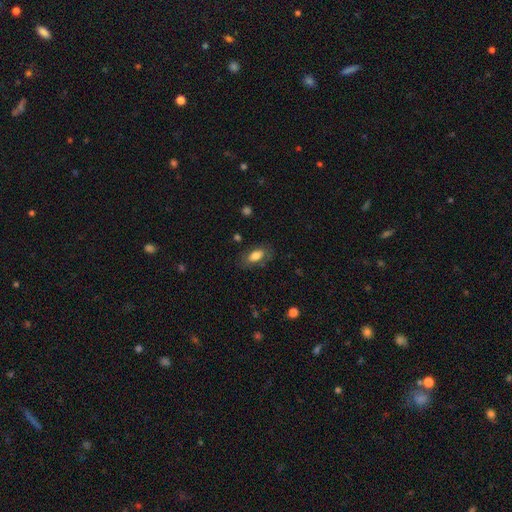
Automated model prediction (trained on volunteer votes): Q: Smooth or featured?
A: smooth (75%); runner-up: featured or disk (17%)
Q: How rounded?
A: in between (90%); runner-up: cigar-shaped (6%)
Q: Merging?
A: none (74%); runner-up: minor disturbance (17%)